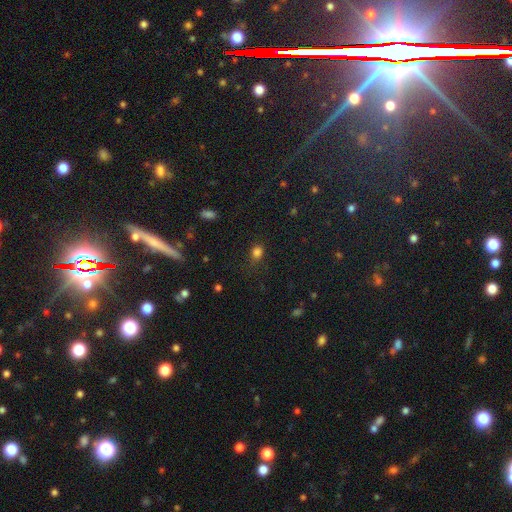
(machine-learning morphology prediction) This is likely a smooth galaxy (64%). How rounded: possibly round (54%). Merging: clearly none (80%).